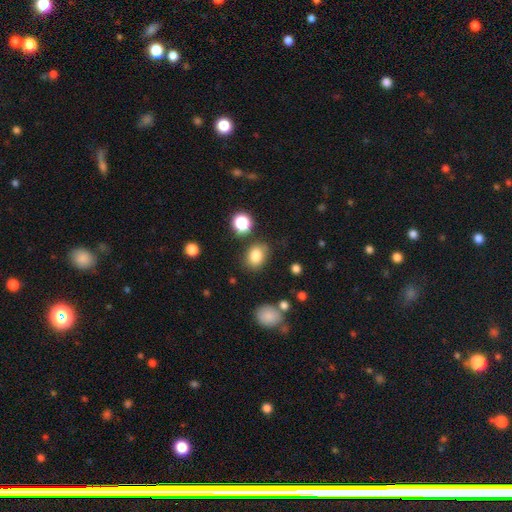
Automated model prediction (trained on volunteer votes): A smooth galaxy with no disk features (82%) that is in between round and cigar-shaped (63%). Merging: none (75%).